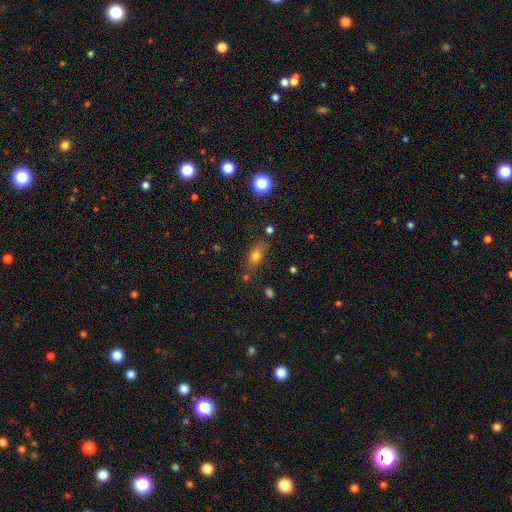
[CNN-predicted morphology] smooth_or_featured: smooth (p=0.74) [alt: star or artifact p=0.13]
how_rounded: in between (p=0.74) [alt: round p=0.16]
merging: none (p=0.71) [alt: minor disturbance p=0.17]